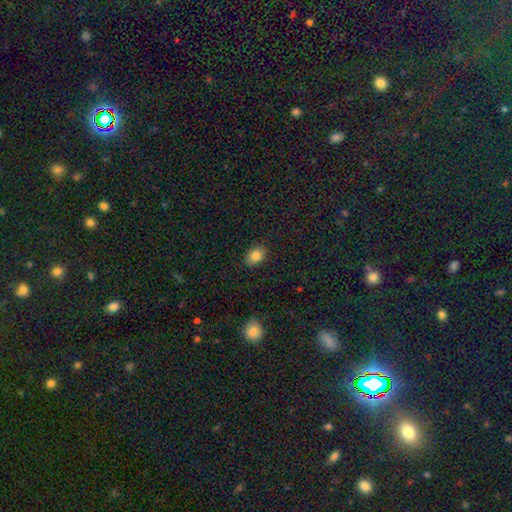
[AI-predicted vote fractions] Smooth or featured? smooth (83%)
How rounded? in between (76%)
Merging? none (87%)